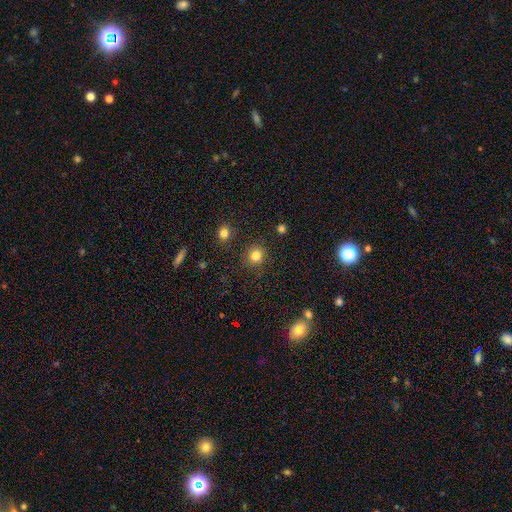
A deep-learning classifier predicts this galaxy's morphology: smooth 82%, star or artifact 12%, featured or disk 5%. Down the decision tree: how rounded — round (91%); merging — none (89%).